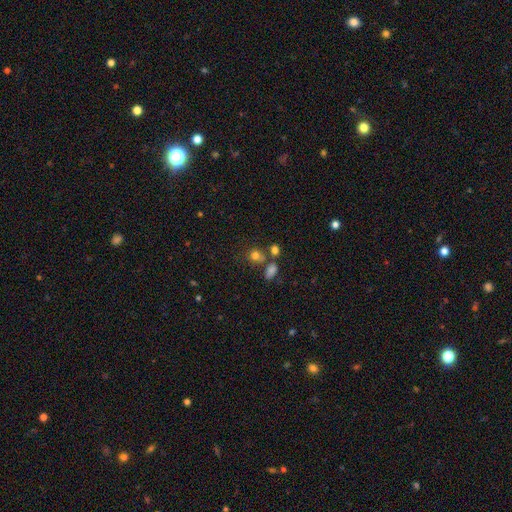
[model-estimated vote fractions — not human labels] Smooth or featured?
  - smooth: 75% *
  - star or artifact: 16%
  - featured or disk: 9%
How rounded?
  - round: 70% *
  - in between: 29%
  - cigar-shaped: 1%
Merging?
  - none: 57% *
  - merger: 24%
  - minor disturbance: 13%
  - major disturbance: 6%